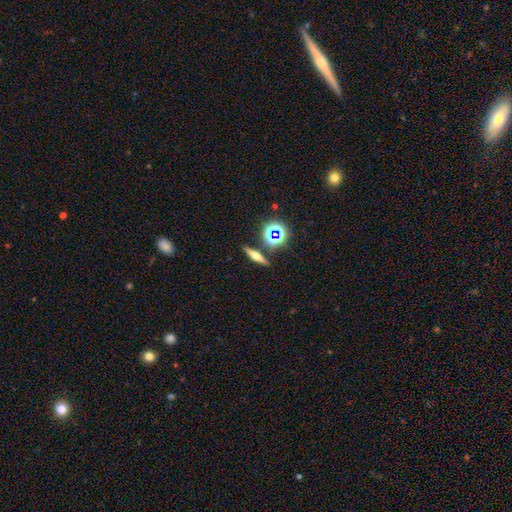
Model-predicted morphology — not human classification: smooth_or_featured: featured or disk (p=0.47) [alt: smooth p=0.35]
merging: none (p=0.85) [alt: minor disturbance p=0.07]